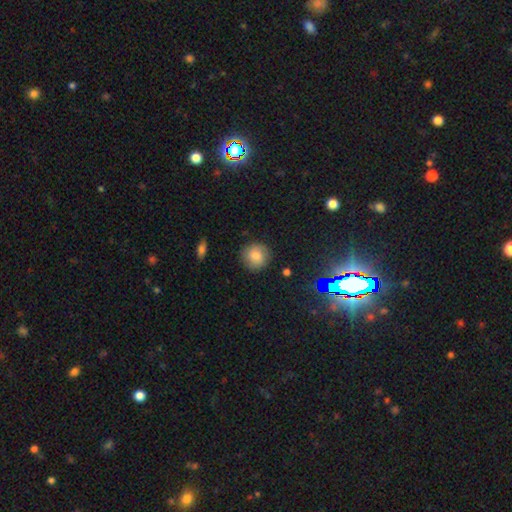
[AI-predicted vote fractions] smooth_or_featured: smooth (p=0.80) [alt: featured or disk p=0.10]
how_rounded: round (p=0.92) [alt: in between p=0.07]
merging: none (p=0.86) [alt: minor disturbance p=0.10]